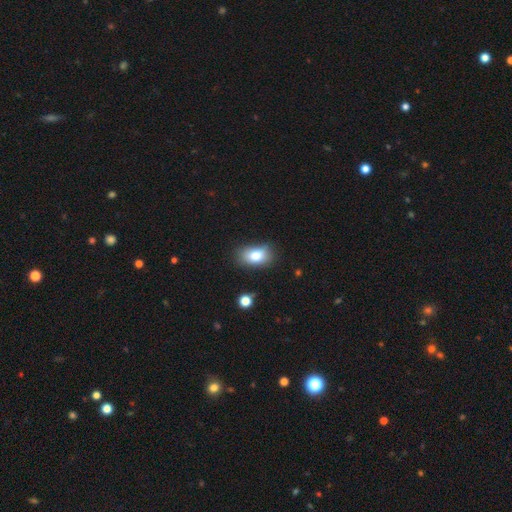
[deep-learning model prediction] Smooth or featured? smooth (79%)
How rounded? in between (85%)
Merging? none (71%)